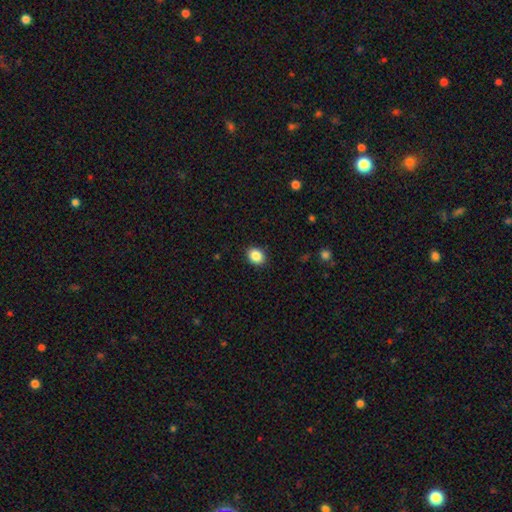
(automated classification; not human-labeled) The model was most divided on "how rounded": in between: 52%, round: 48%, cigar-shaped: 1%. More confident: merging — none (90%); smooth or featured — smooth (87%).